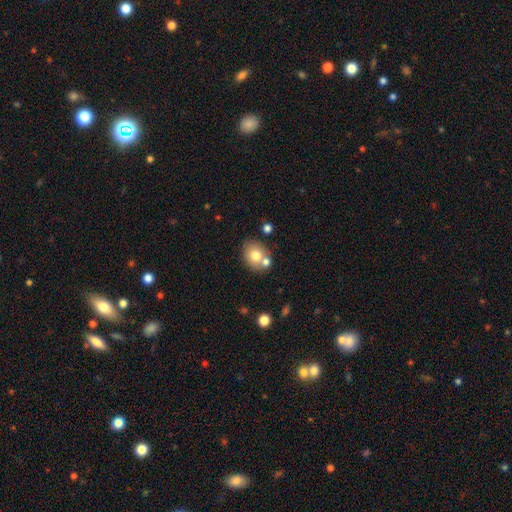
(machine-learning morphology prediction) This is likely a smooth galaxy (73%). How rounded: possibly round (52%). Merging: likely none (62%).